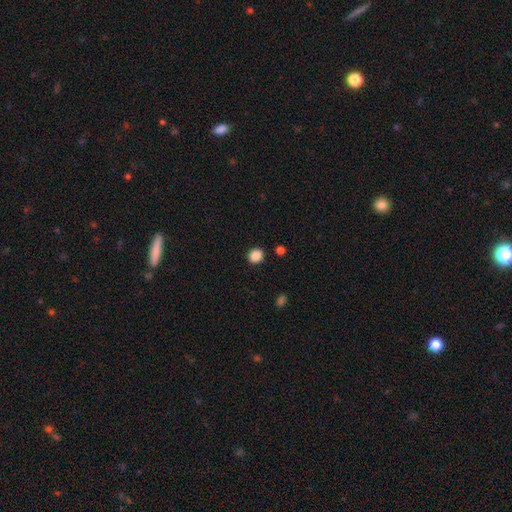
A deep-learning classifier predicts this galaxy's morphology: Smooth or featured: smooth — 87% (star or artifact — 10%)
How rounded: round — 79% (in between — 20%)
Merging: none — 90% (minor disturbance — 6%)